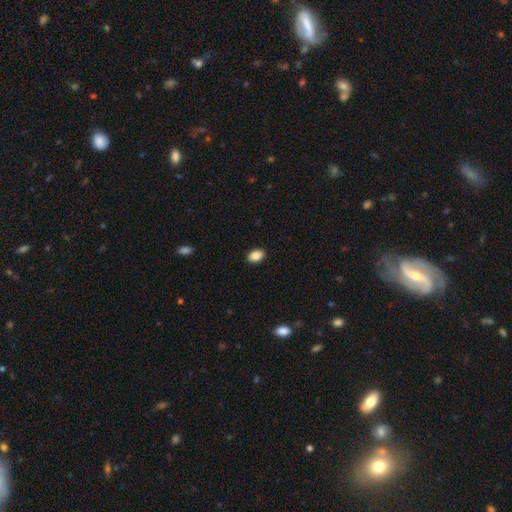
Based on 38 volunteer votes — This is clearly a smooth galaxy (84%). How rounded: likely in between (78%). Merging: clearly none (89%).